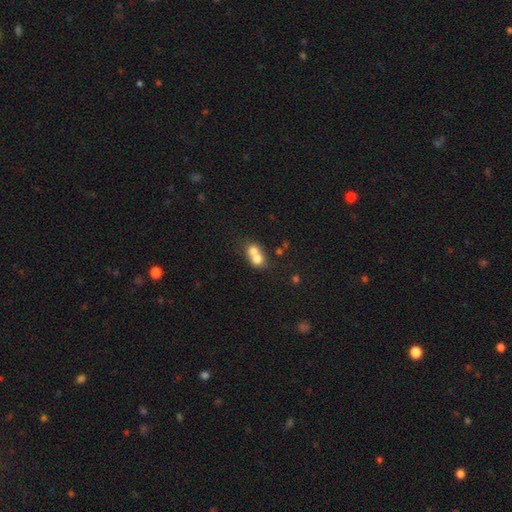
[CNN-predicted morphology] A smooth galaxy with no disk features (71%) that is round (69%).

Vote fractions:
- Smooth or featured? smooth: 71% / featured or disk: 19% / star or artifact: 10%
- How rounded? round: 69% / in between: 30% / cigar-shaped: 1%
- Merging? merger: 72% / none: 21% / minor disturbance: 5% / major disturbance: 2%